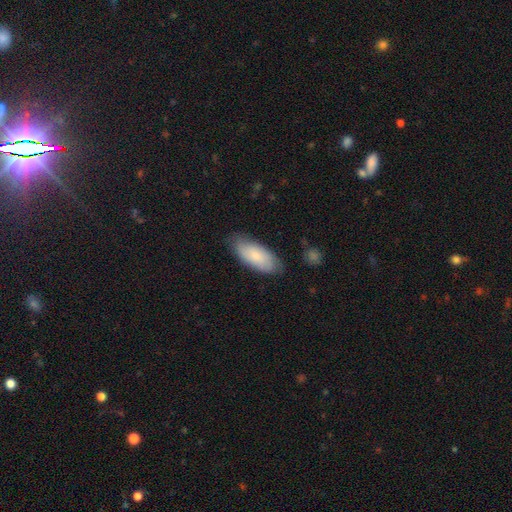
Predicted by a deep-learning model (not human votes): A smooth galaxy with no disk features (74%) that is in between round and cigar-shaped (84%). Merging: none (77%).